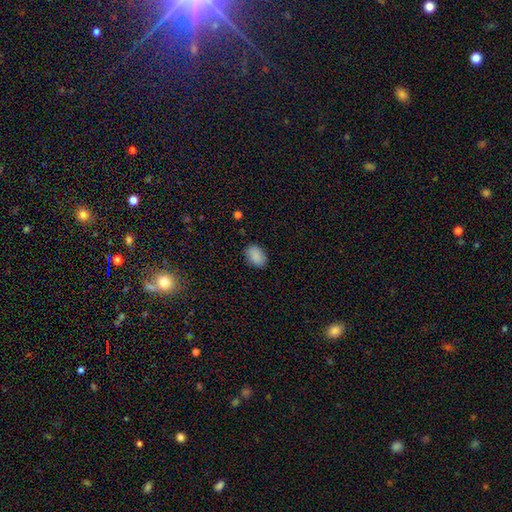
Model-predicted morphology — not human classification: Smooth or featured? Predicted: smooth (p=0.89). How rounded? Predicted: in between (p=0.86). Merging? Predicted: none (p=0.85).